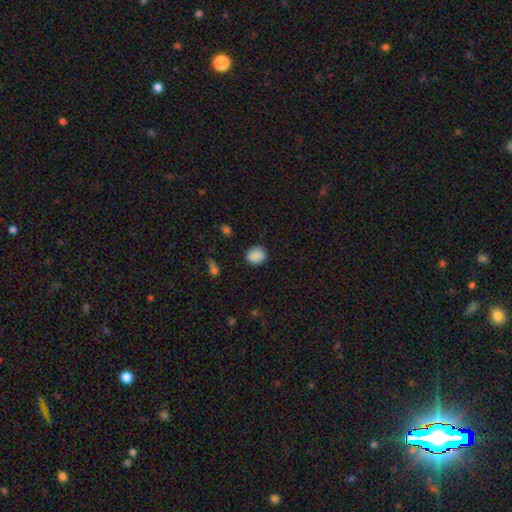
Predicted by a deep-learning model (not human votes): smooth_or_featured: smooth (p=0.87) [alt: star or artifact p=0.08]
how_rounded: round (p=0.64) [alt: in between p=0.35]
merging: none (p=0.85) [alt: minor disturbance p=0.11]